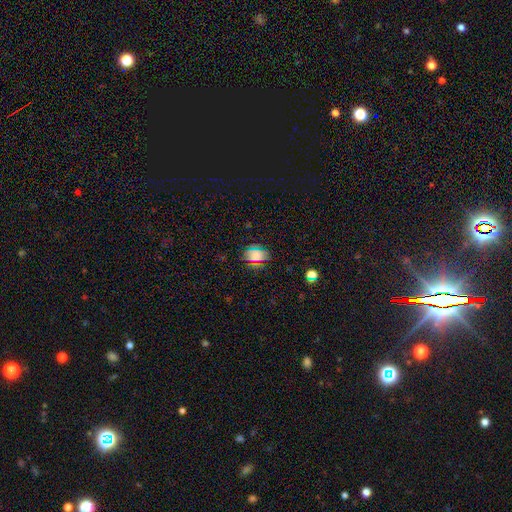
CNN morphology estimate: Smooth or featured? smooth (65%)
How rounded? round (51%)
Merging? none (80%)